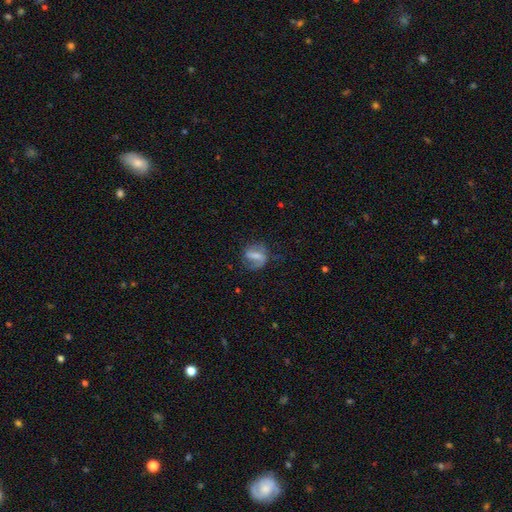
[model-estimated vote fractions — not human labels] Q: Smooth or featured?
A: featured or disk (60%); runner-up: smooth (32%)
Q: Edge-on disk?
A: no (96%); runner-up: yes (4%)
Q: Bar?
A: strong (53%); runner-up: weak (33%)
Q: Spiral arms?
A: yes (78%); runner-up: no (22%)
Q: Bulge size?
A: none (40%); runner-up: small (26%)
Q: Merging?
A: none (58%); runner-up: minor disturbance (22%)